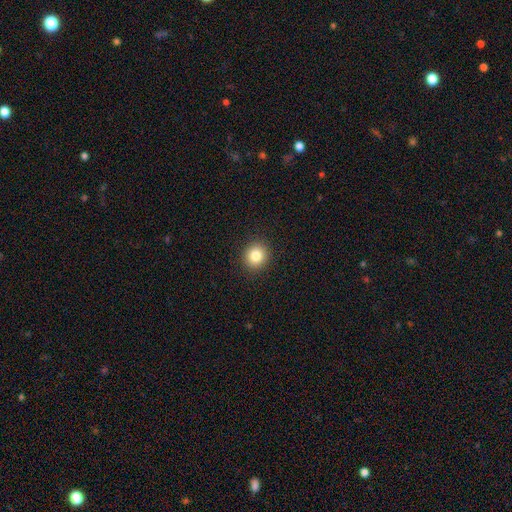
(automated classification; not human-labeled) Morphology: type=smooth (83%); roundness=round (86%); merging=none (92%).